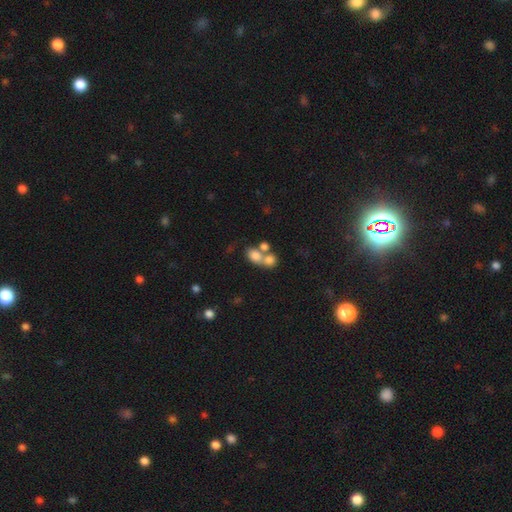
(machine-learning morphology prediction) Smooth or featured: smooth — 73% (featured or disk — 15%)
How rounded: in between — 53% (round — 45%)
Merging: merger — 58% (none — 29%)